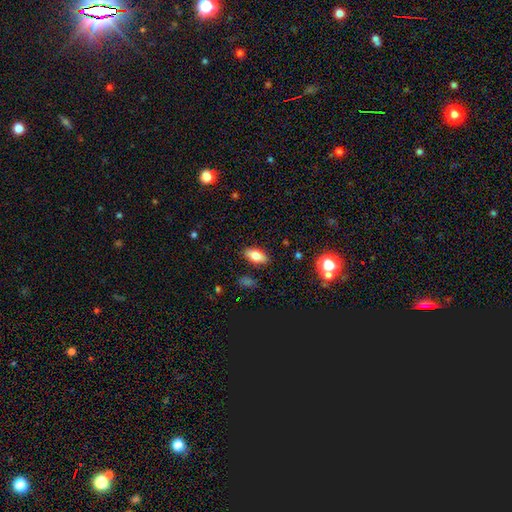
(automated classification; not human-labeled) smooth_or_featured: smooth (p=0.78) [alt: featured or disk p=0.12]
how_rounded: in between (p=0.88) [alt: cigar-shaped p=0.08]
merging: none (p=0.86) [alt: minor disturbance p=0.10]